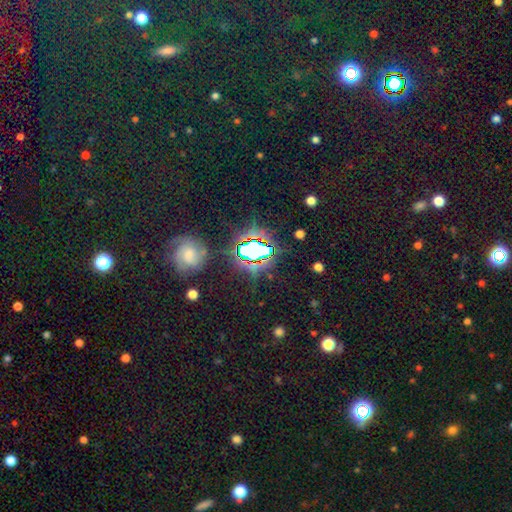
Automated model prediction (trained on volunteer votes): smooth-or-featured: star or artifact: 67% | smooth: 21% | featured or disk: 12%